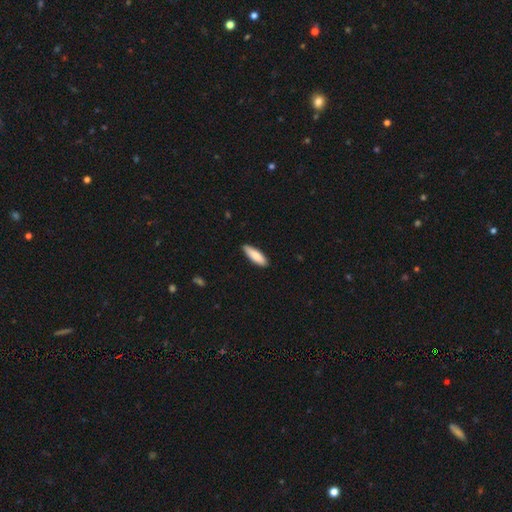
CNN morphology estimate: A smooth galaxy with no disk features (84%) that is cigar-shaped (50%). Merging: none (86%).